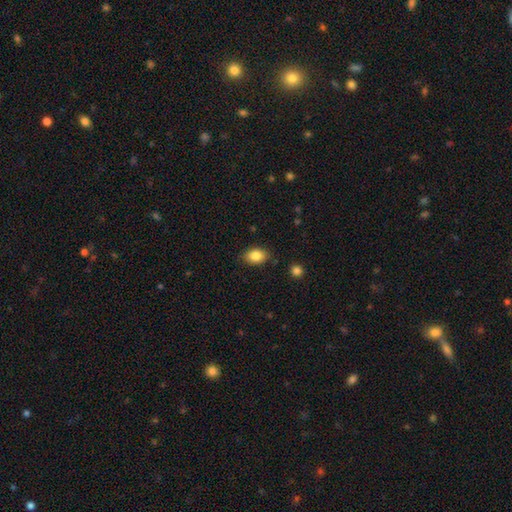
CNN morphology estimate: The model was most divided on "how rounded": in between: 80%, round: 19%, cigar-shaped: 1%. More confident: smooth or featured — smooth (85%); merging — none (84%).